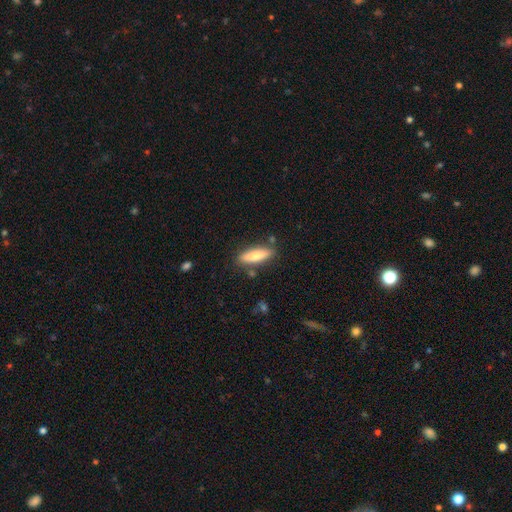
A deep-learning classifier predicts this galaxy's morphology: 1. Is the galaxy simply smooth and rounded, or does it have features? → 75% smooth, 19% featured or disk, 6% star or artifact.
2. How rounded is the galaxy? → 55% cigar-shaped, 43% in between, 2% round.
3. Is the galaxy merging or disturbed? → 81% none, 12% minor disturbance, 4% merger, 3% major disturbance.